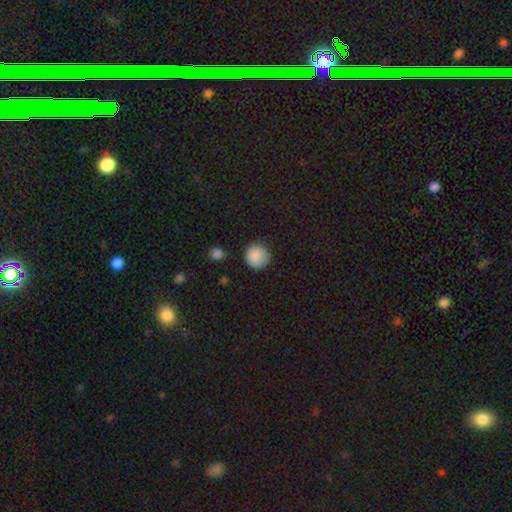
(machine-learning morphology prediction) smooth-or-featured: smooth: 88% | star or artifact: 8% | featured or disk: 4%
  how-rounded: round: 94% | in between: 5% | cigar-shaped: 1%
  merging: none: 83% | minor disturbance: 12% | major disturbance: 3% | merger: 2%